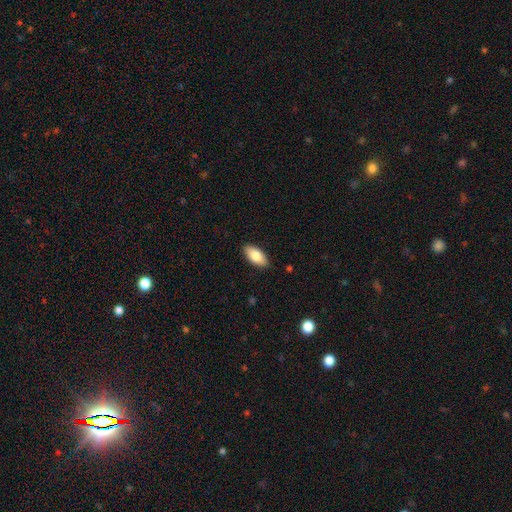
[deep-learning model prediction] smooth-or-featured: smooth: 82% | featured or disk: 11% | star or artifact: 6%
  how-rounded: in between: 91% | cigar-shaped: 6% | round: 2%
  merging: none: 88% | minor disturbance: 9% | major disturbance: 2% | merger: 1%